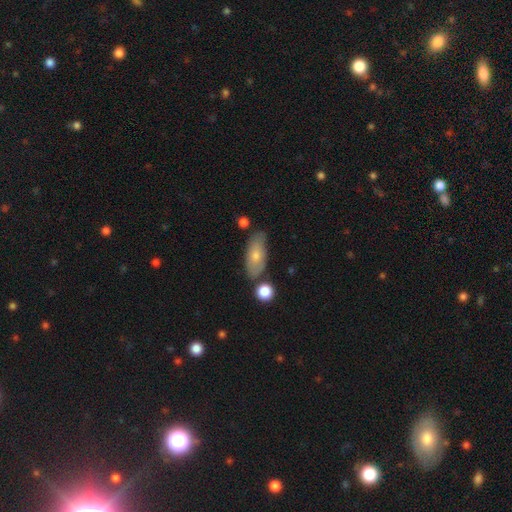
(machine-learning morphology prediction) type=smooth (64%); roundness=in between (82%); merging=none (74%).